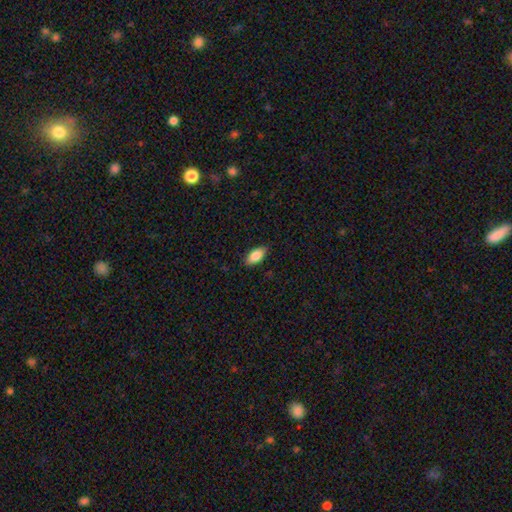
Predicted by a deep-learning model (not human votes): smooth_or_featured: smooth (p=0.85) [alt: featured or disk p=0.08]
how_rounded: in between (p=0.90) [alt: cigar-shaped p=0.07]
merging: none (p=0.87) [alt: minor disturbance p=0.10]